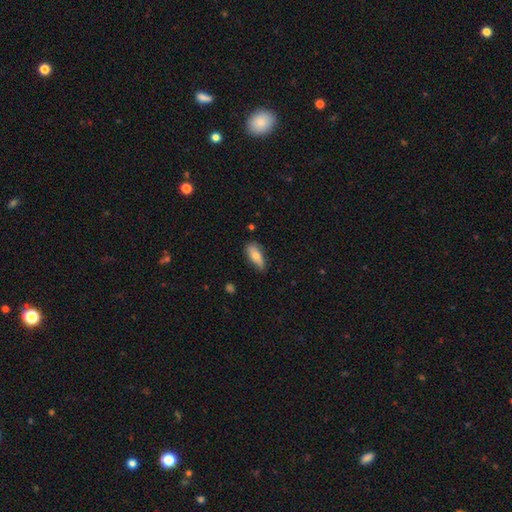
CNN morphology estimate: A smooth galaxy with no disk features (71%) that is in between round and cigar-shaped (74%). Merging: none (67%).